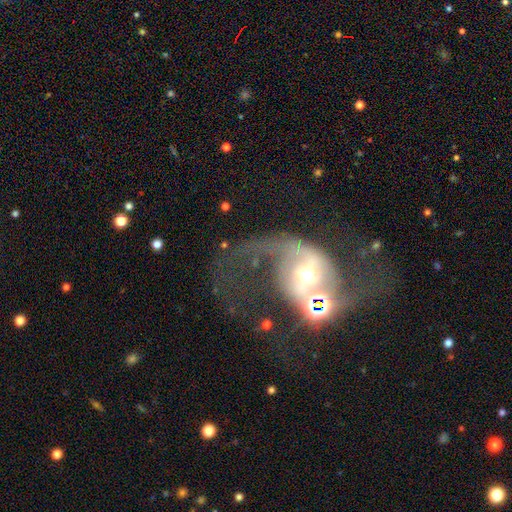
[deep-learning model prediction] smooth-or-featured: featured or disk: 83% | smooth: 9% | star or artifact: 8%
  disk-edge-on: no: 97% | yes: 3%
    bar: no: 50% | weak: 32% | strong: 18%
    has-spiral-arms: yes: 88% | no: 12%
      spiral-winding: loose: 59% | medium: 34% | tight: 8%
      spiral-arm-count: 2: 74% | 1: 16% | can't tell: 6% | 3: 2% | 4: 1% | more than 4: 1%
    bulge-size: moderate: 56% | small: 33% | large: 7% | dominant: 2% | none: 2%
  merging: major disturbance: 31% (tied) | merger: 31% (tied) | none: 27% | minor disturbance: 11%